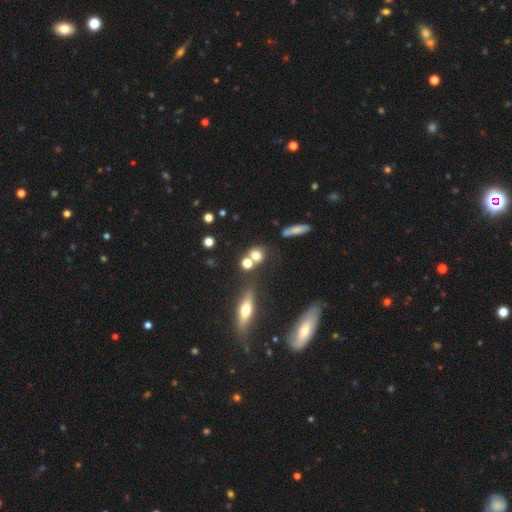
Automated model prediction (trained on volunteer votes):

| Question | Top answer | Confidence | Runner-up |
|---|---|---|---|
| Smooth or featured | smooth | 69% | star or artifact (16%) |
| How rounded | round | 74% | in between (22%) |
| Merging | none | 54% | merger (30%) |